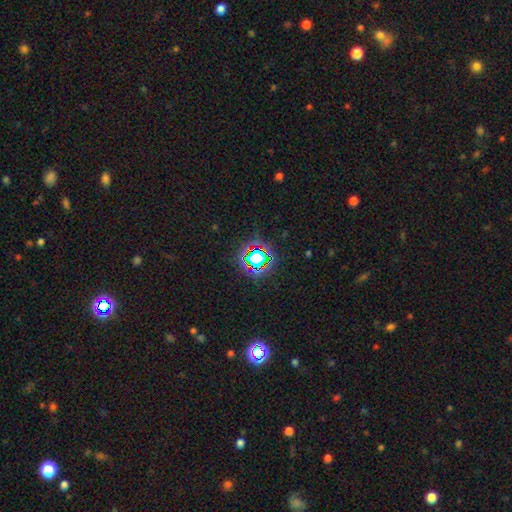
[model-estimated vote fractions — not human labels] Overall: star or artifact (68%).